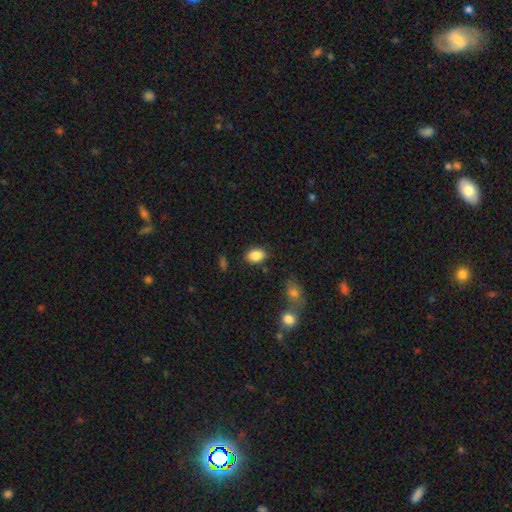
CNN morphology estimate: A smooth galaxy with no disk features (88%) that is in between round and cigar-shaped (83%). Merging: none (84%).